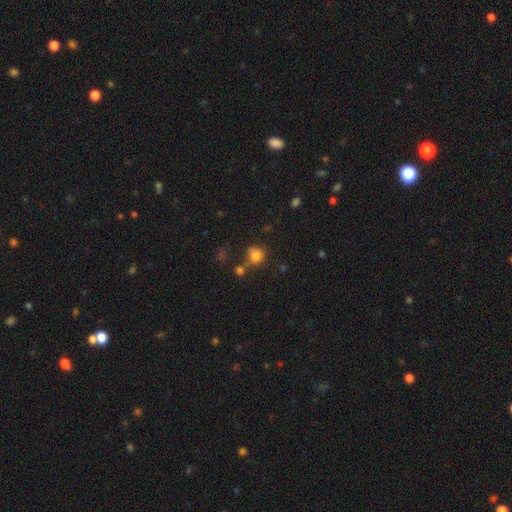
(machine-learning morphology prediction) A smooth galaxy with no disk features (80%) that is round (81%). Merging: none (59%).